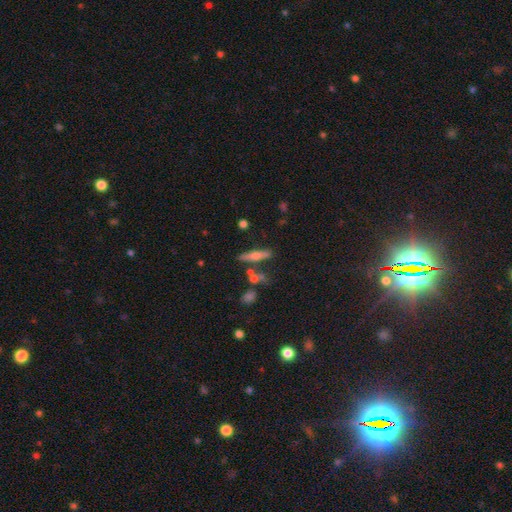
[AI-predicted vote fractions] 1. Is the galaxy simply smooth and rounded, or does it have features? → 47% smooth, 46% featured or disk, 8% star or artifact.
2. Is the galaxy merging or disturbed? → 75% none, 12% minor disturbance, 10% merger, 3% major disturbance.